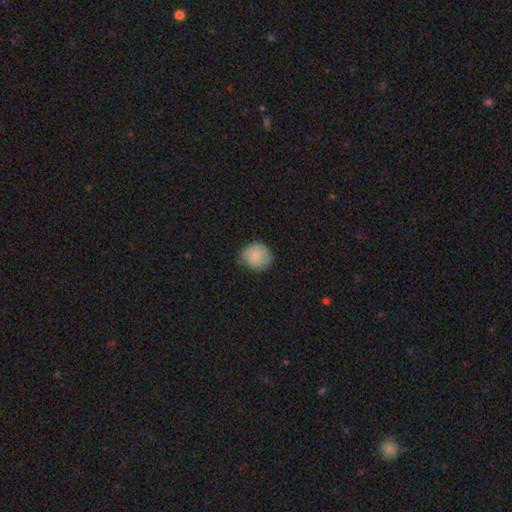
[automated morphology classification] Q: Smooth or featured?
A: smooth (79%); runner-up: featured or disk (14%)
Q: How rounded?
A: round (85%); runner-up: in between (14%)
Q: Merging?
A: none (65%); runner-up: minor disturbance (28%)